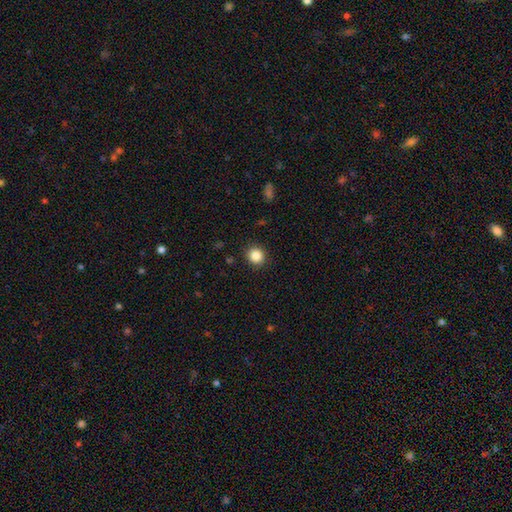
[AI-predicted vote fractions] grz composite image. It shows a smooth galaxy with no disk features (86%) that is round (87%). Merging: none (90%).